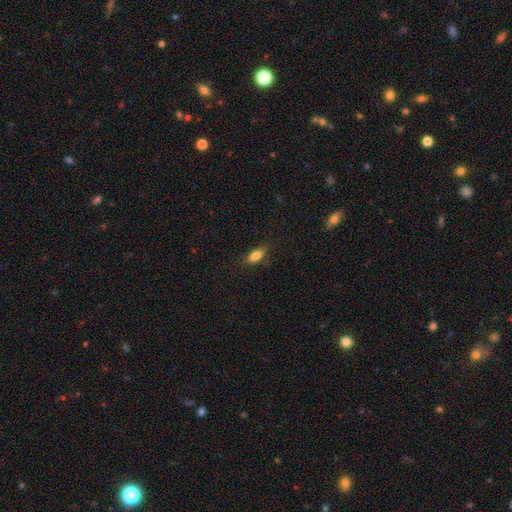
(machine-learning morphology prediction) Smooth or featured? Predicted: smooth (p=0.82). How rounded? Predicted: in between (p=0.78). Merging? Predicted: none (p=0.83).